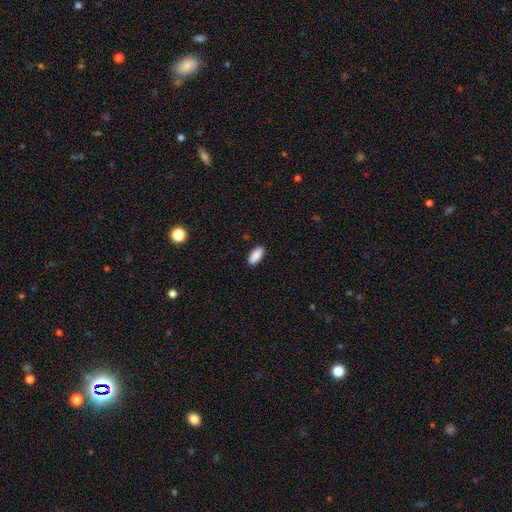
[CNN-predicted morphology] smooth_or_featured: smooth (p=0.90) [alt: star or artifact p=0.06]
how_rounded: in between (p=0.81) [alt: cigar-shaped p=0.18]
merging: none (p=0.89) [alt: minor disturbance p=0.08]